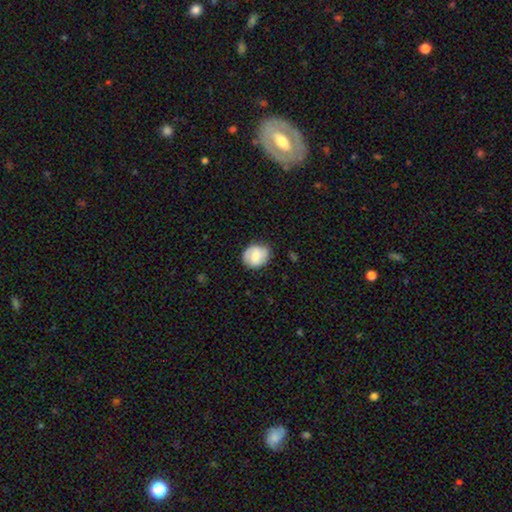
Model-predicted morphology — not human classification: type=smooth (58%); roundness=round (66%); merging=none (76%).